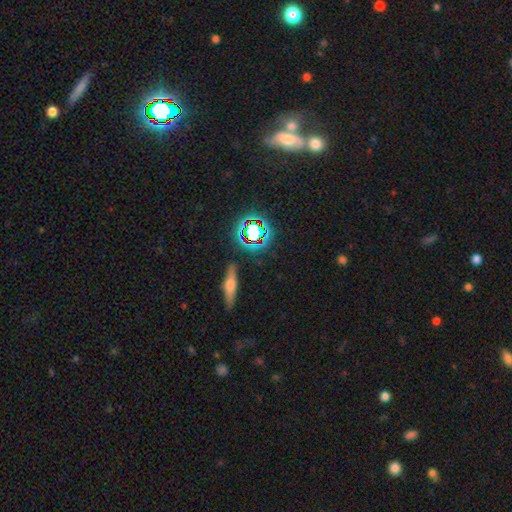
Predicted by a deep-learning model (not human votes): Smooth or featured: star or artifact — 39% (featured or disk — 37%)